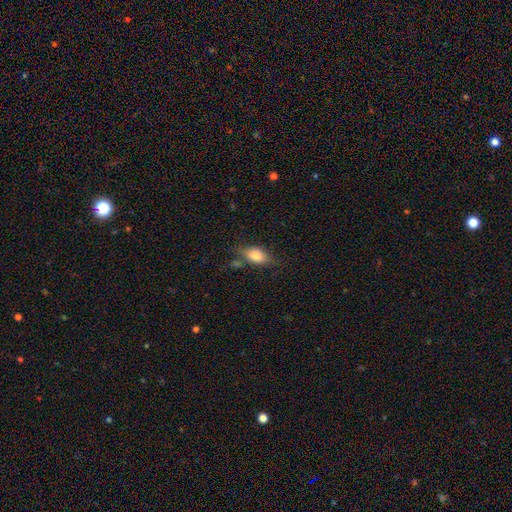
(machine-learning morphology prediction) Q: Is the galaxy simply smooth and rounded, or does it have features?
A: smooth — 78%.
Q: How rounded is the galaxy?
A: in between — 83%.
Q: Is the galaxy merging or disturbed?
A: none — 61%.